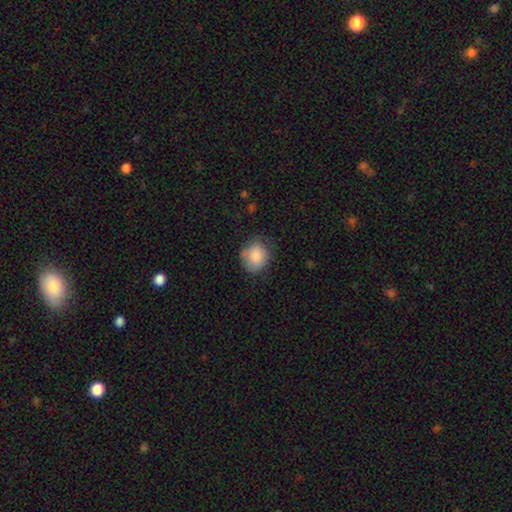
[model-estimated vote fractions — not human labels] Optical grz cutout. It shows a smooth galaxy with no disk features (85%) that is round (66%). Merging: none (69%).